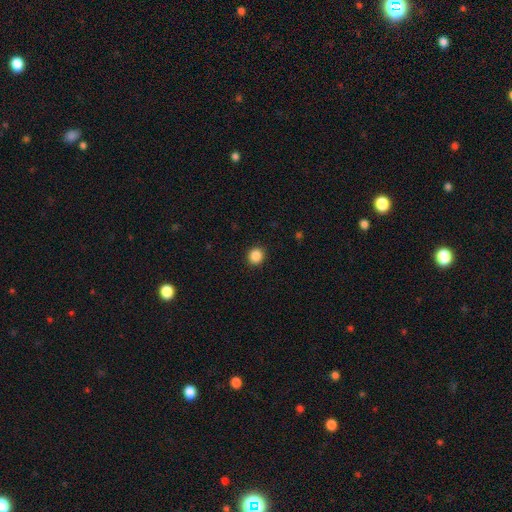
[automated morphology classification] Q: Smooth or featured?
A: smooth (87%); runner-up: star or artifact (10%)
Q: How rounded?
A: round (86%); runner-up: in between (14%)
Q: Merging?
A: none (92%); runner-up: minor disturbance (5%)